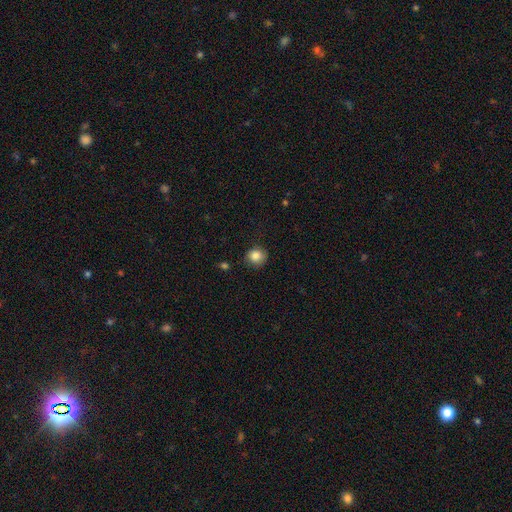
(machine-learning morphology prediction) Smooth or featured: smooth — 85% (star or artifact — 10%)
How rounded: round — 85% (in between — 15%)
Merging: none — 78% (minor disturbance — 17%)